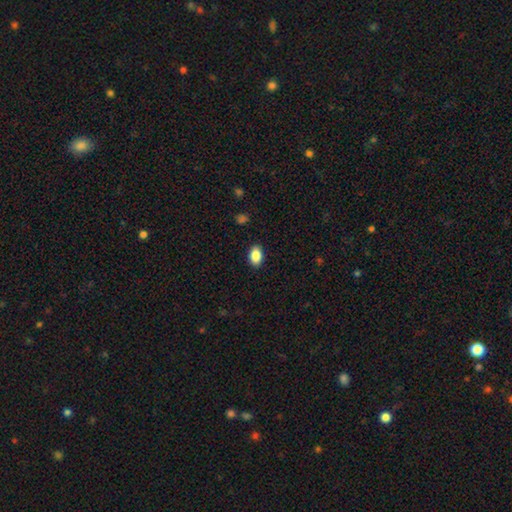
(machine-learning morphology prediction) Smooth or featured? Predicted: smooth (p=0.87). How rounded? Predicted: in between (p=0.86). Merging? Predicted: none (p=0.90).